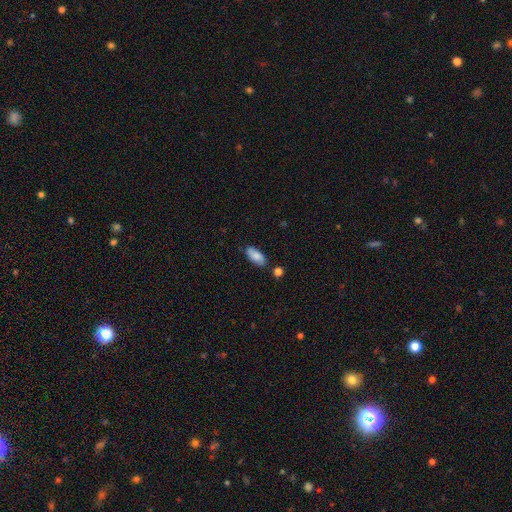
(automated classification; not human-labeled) smooth-or-featured: smooth: 80% | featured or disk: 13% | star or artifact: 7%
  how-rounded: in between: 87% | cigar-shaped: 10% | round: 2%
  merging: none: 78% | minor disturbance: 14% | merger: 5% | major disturbance: 3%